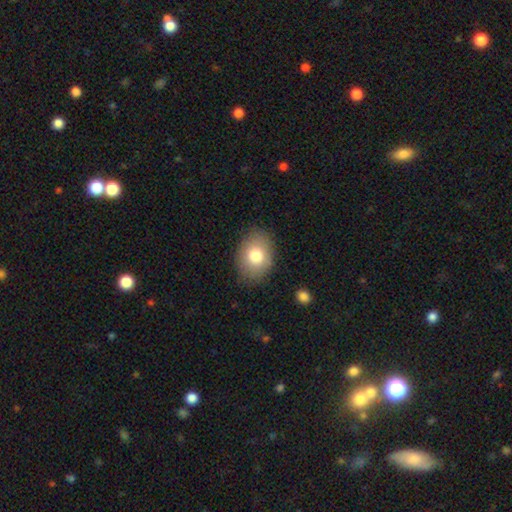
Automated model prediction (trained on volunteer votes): This appears to be a smooth galaxy with no disk features (78%) that is in between round and cigar-shaped (70%). Merging: none (83%).